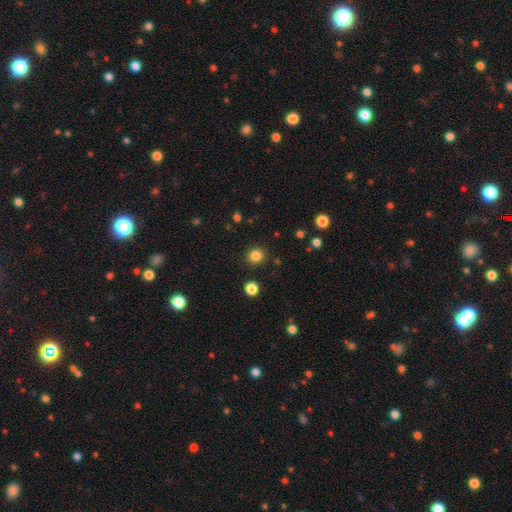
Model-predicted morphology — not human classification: Smooth or featured? smooth (84%)
How rounded? round (88%)
Merging? none (90%)